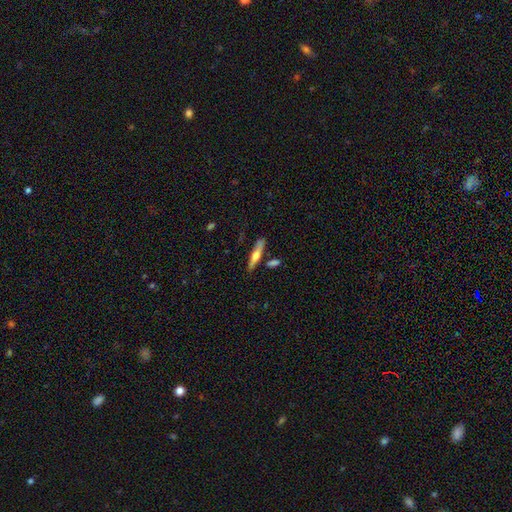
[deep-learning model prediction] Q: Smooth or featured?
A: smooth (49%); runner-up: featured or disk (45%)
Q: Merging?
A: none (75%); runner-up: minor disturbance (14%)